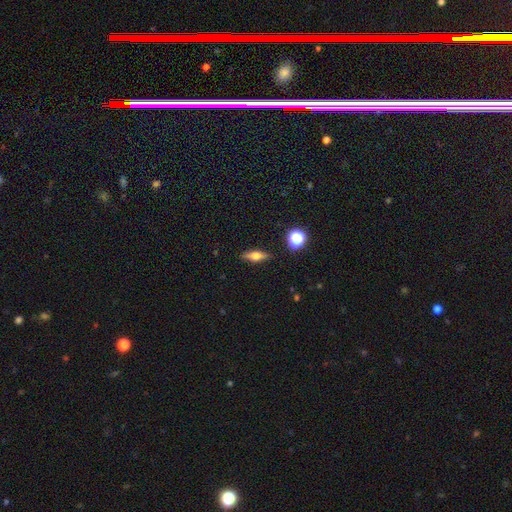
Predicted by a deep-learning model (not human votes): featured or disk 47%, smooth 43%, star or artifact 10%. Down the decision tree: merging — none (87%).